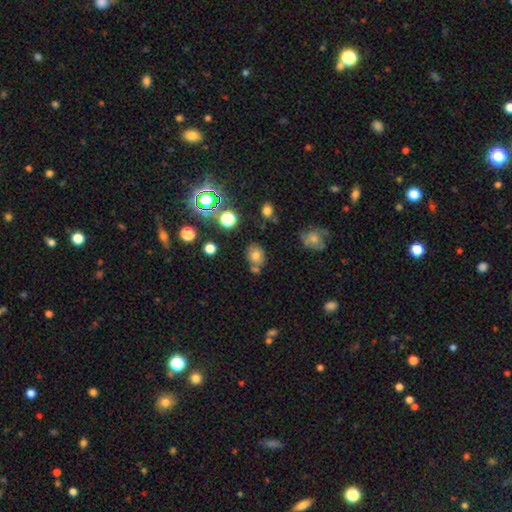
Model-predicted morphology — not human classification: Smooth or featured?
  - smooth: 71% *
  - star or artifact: 16%
  - featured or disk: 13%
How rounded?
  - in between: 56% *
  - round: 43%
  - cigar-shaped: 1%
Merging?
  - none: 62% *
  - merger: 17%
  - minor disturbance: 16%
  - major disturbance: 5%